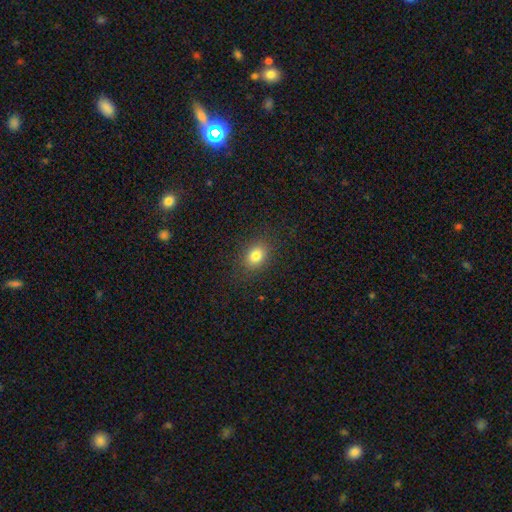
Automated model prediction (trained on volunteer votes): Smooth or featured: smooth — 82% (star or artifact — 11%)
How rounded: in between — 65% (round — 34%)
Merging: none — 87% (minor disturbance — 9%)